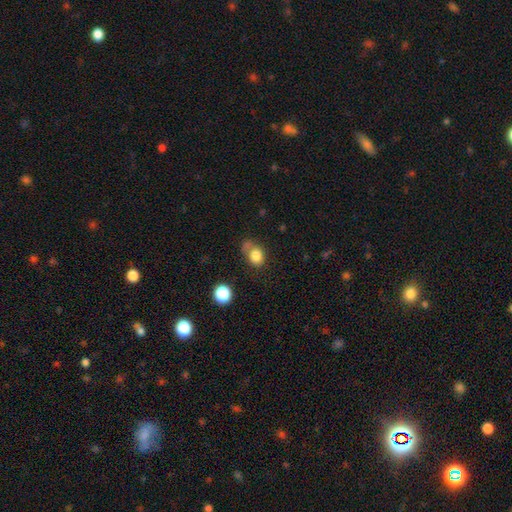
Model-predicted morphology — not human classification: type=smooth (80%); roundness=in between (52%); merging=none (43%).